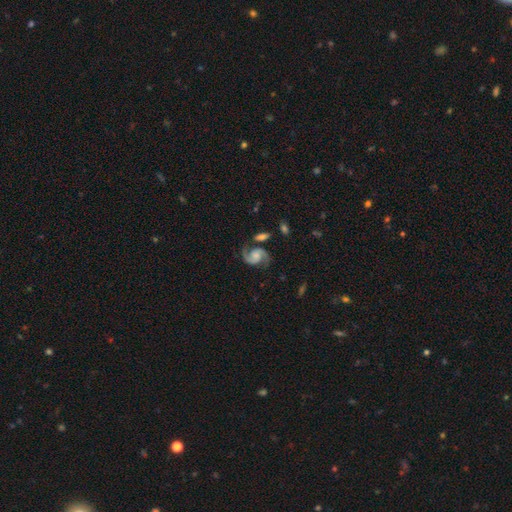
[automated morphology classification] This appears to be a featured or disk galaxy (89%) with no bar (61%), 2 (94%) medium (58%) spiral arms (98%) and a small central bulge (33%). Merging: none (73%).